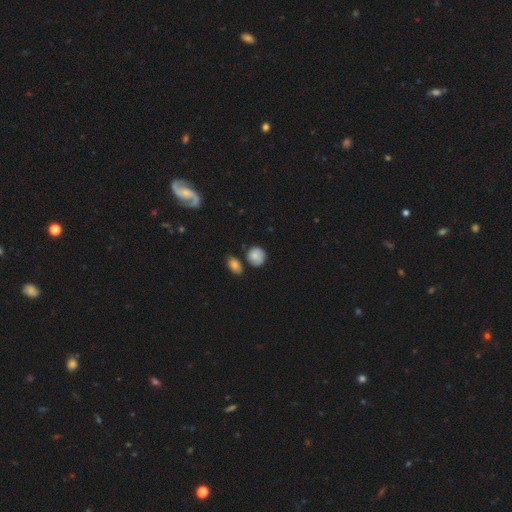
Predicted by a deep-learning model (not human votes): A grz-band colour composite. It shows a smooth galaxy with no disk features (81%) that is round (81%). Merging: none (65%).